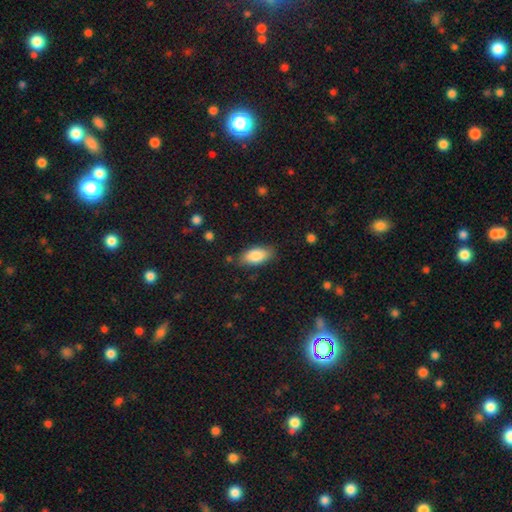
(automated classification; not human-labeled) A smooth galaxy with no disk features (83%) that is in between round and cigar-shaped (89%). Merging: none (81%).